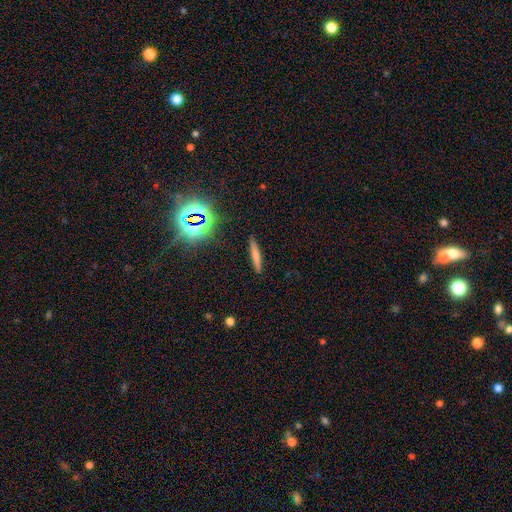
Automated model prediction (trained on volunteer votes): A smooth galaxy with no disk features (67%) that is cigar-shaped (92%). Merging: none (89%).